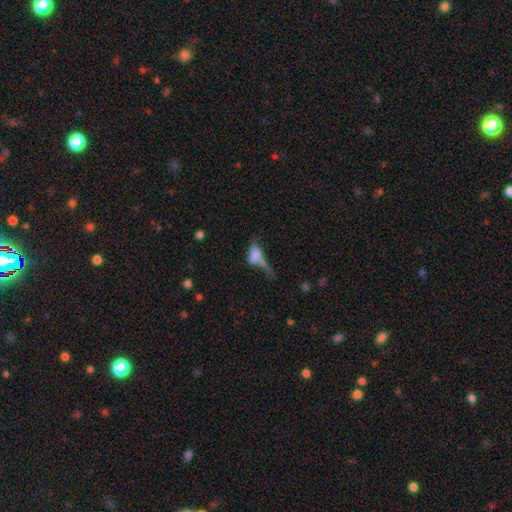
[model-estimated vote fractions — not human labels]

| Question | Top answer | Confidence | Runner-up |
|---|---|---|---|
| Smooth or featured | smooth | 65% | featured or disk (24%) |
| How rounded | in between | 80% | cigar-shaped (14%) |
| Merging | merger | 37% | major disturbance (32%) |